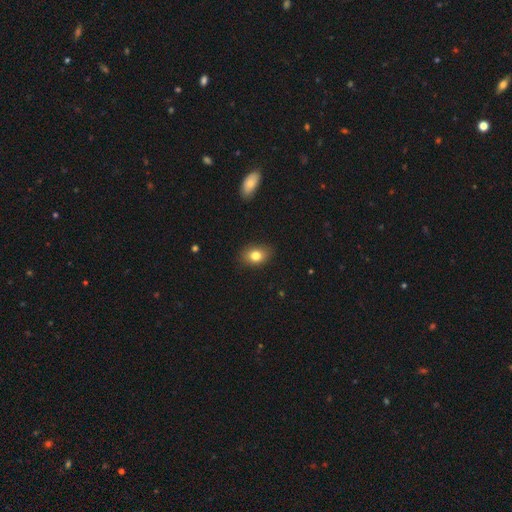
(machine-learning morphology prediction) Smooth or featured?
  - smooth: 81% *
  - star or artifact: 10%
  - featured or disk: 10%
How rounded?
  - in between: 70% *
  - round: 29%
  - cigar-shaped: 1%
Merging?
  - none: 85% *
  - minor disturbance: 11%
  - major disturbance: 2%
  - merger: 1%